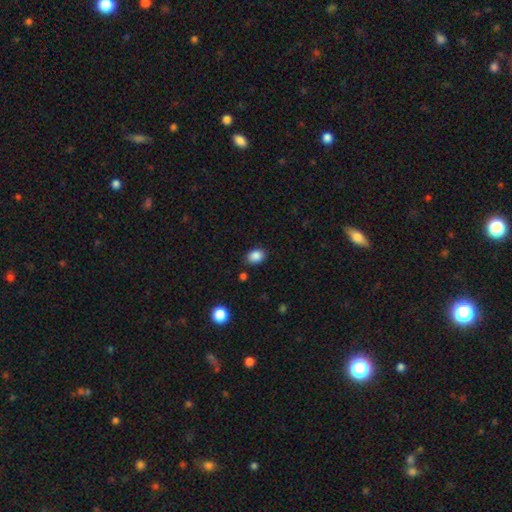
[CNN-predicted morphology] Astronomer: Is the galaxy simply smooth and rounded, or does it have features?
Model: smooth — 87%.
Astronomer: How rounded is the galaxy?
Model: in between — 65%.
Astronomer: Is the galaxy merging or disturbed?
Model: none — 83%.